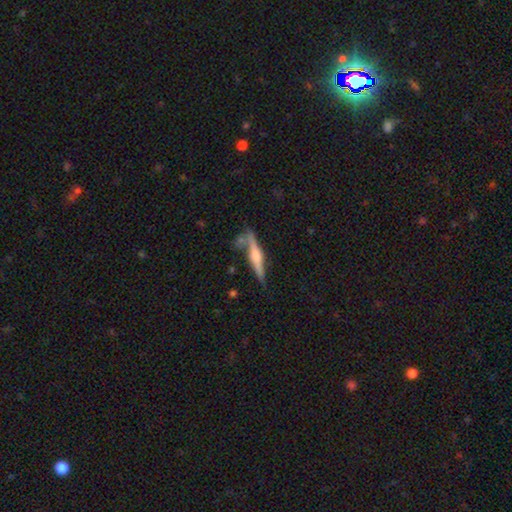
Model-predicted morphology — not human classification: The model was most divided on "smooth or featured": featured or disk: 68%, smooth: 26%, star or artifact: 6%. More confident: edge-on disk — yes (96%); edge-on bulge — rounded (85%); merging — none (71%).